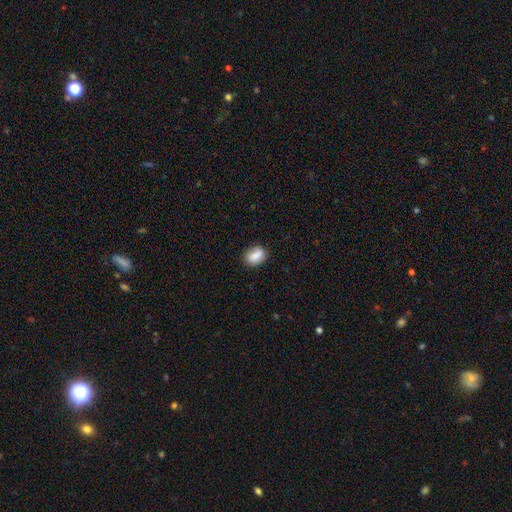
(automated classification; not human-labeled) This appears to be a smooth galaxy with no disk features (82%) that is in between round and cigar-shaped (72%). Merging: none (75%).